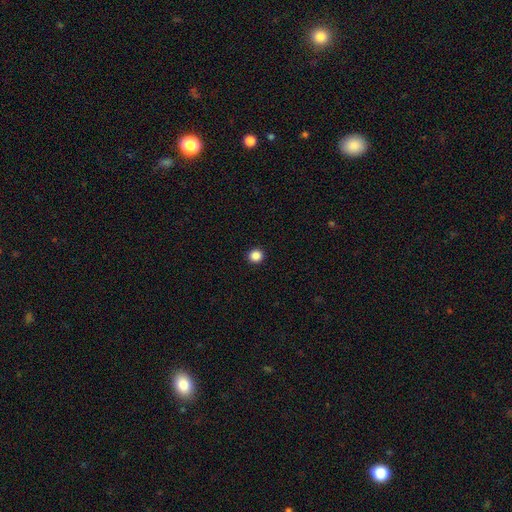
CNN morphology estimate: Smooth or featured? Predicted: smooth (p=0.87). How rounded? Predicted: round (p=0.91). Merging? Predicted: none (p=0.94).